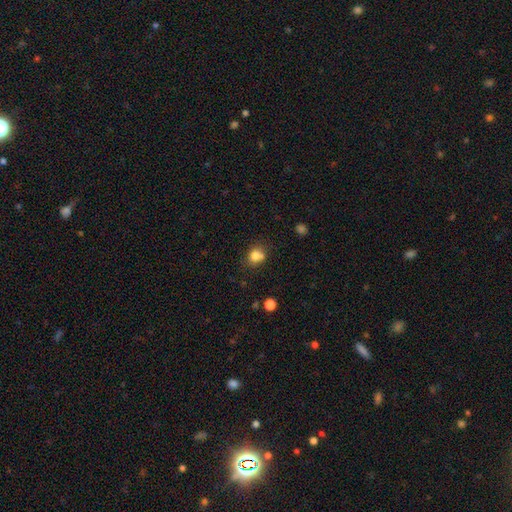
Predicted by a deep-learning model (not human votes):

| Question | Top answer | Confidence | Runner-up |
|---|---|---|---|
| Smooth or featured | smooth | 79% | star or artifact (12%) |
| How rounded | round | 68% | in between (31%) |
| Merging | none | 53% | merger (27%) |